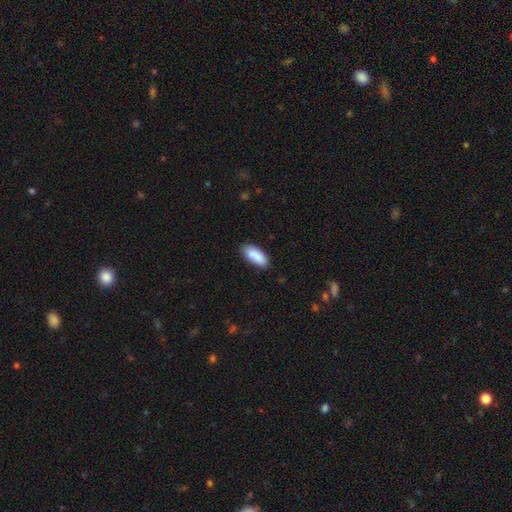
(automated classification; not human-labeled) Smooth or featured? smooth (88%)
How rounded? in between (82%)
Merging? none (80%)